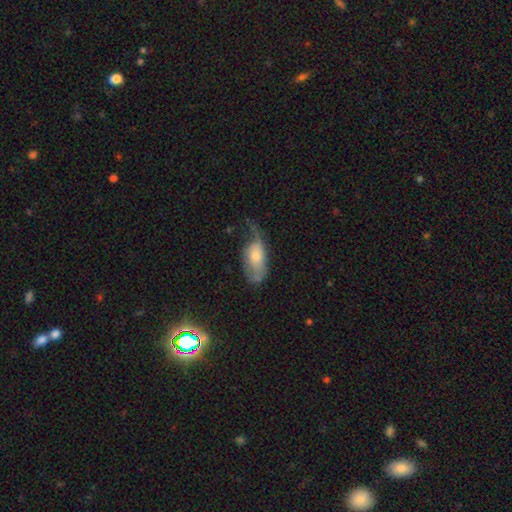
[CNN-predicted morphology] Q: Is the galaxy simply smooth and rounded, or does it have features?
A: smooth — 49%.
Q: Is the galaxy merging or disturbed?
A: major disturbance — 38%.